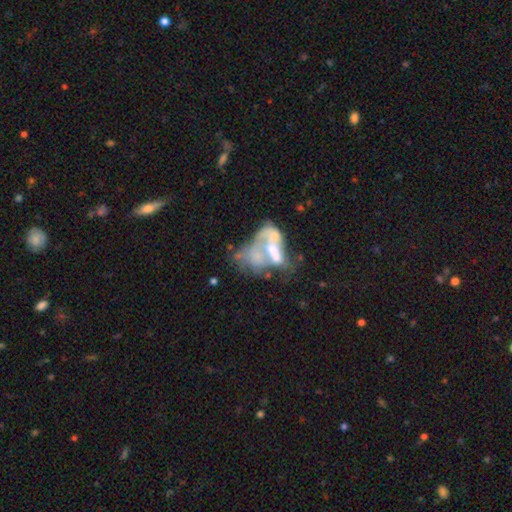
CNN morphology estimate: Smooth or featured: featured or disk — 56% (smooth — 33%)
Edge-on disk: no — 96% (yes — 4%)
Bar: no — 79% (weak — 13%)
Spiral arms: no — 88% (yes — 12%)
Bulge size: none — 36% (moderate — 31%)
Merging: merger — 52% (major disturbance — 28%)